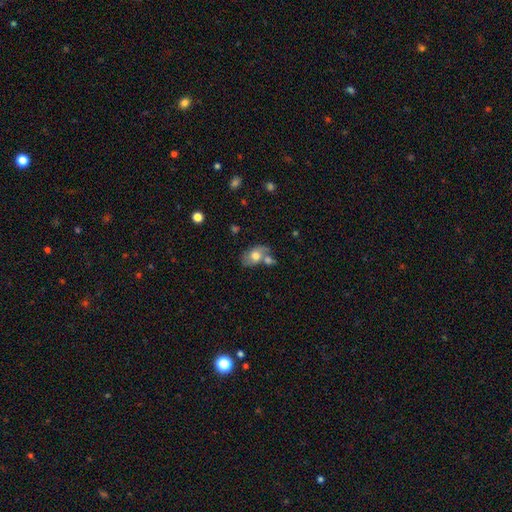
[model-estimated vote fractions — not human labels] Smooth or featured? Predicted: smooth (p=0.60). How rounded? Predicted: in between (p=0.82). Merging? Predicted: none (p=0.39).